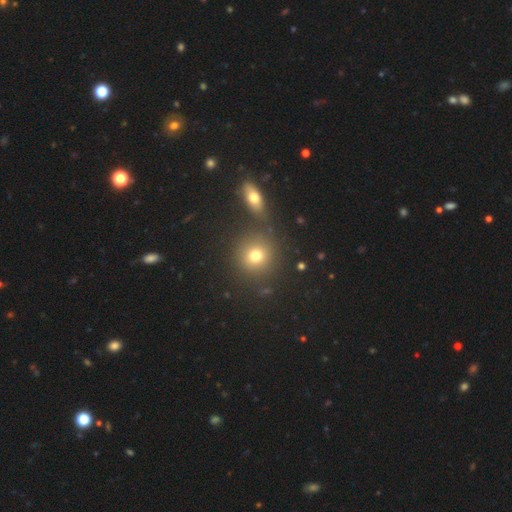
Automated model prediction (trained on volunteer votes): A smooth galaxy with no disk features (75%) that is round (88%). Merging: none (73%).